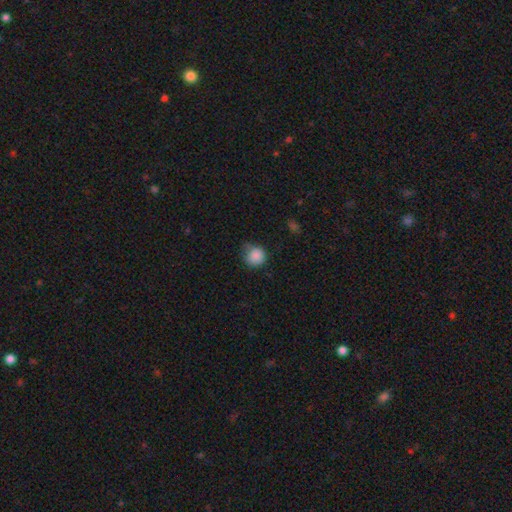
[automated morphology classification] Smooth or featured? smooth (86%)
How rounded? round (87%)
Merging? none (57%)